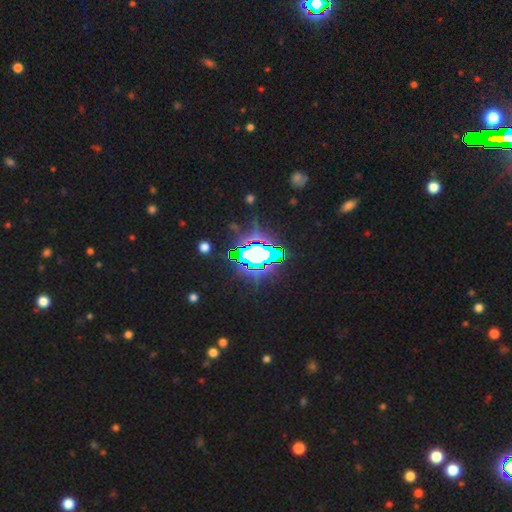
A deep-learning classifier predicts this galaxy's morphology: This appears to be a star or artifact, not a galaxy (82%).